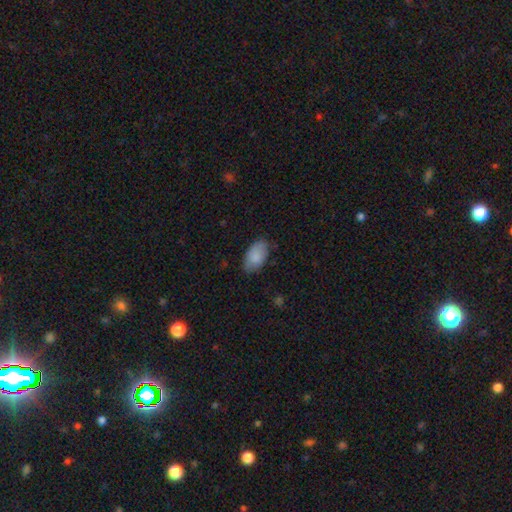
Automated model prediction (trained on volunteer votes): Smooth or featured: smooth — 85% (featured or disk — 9%)
How rounded: in between — 94% (round — 4%)
Merging: none — 75% (minor disturbance — 20%)